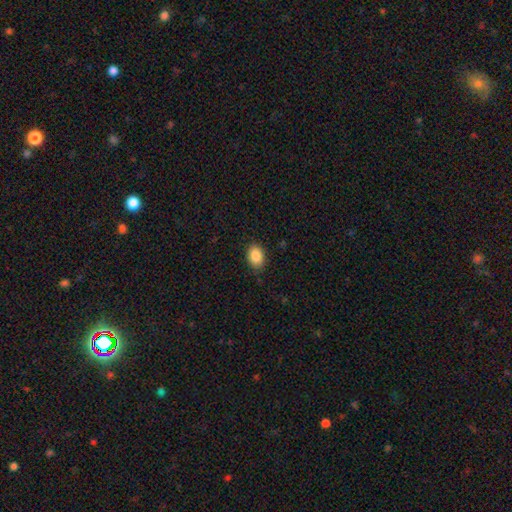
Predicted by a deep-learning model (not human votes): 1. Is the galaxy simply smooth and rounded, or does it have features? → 87% smooth, 8% star or artifact, 5% featured or disk.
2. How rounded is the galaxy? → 82% in between, 17% round, 1% cigar-shaped.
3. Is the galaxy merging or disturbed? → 87% none, 10% minor disturbance, 2% major disturbance, 1% merger.